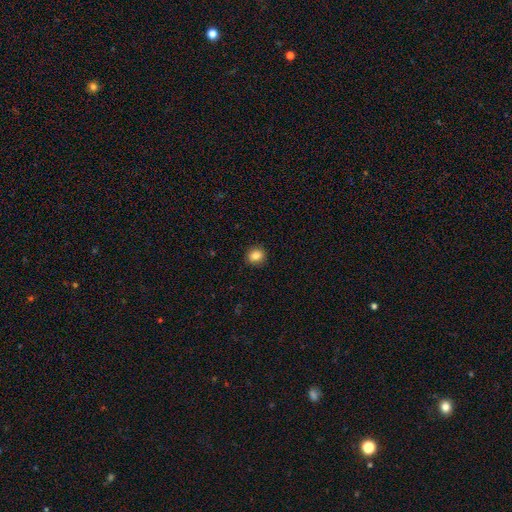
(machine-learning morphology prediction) Smooth or featured? Predicted: smooth (p=0.85). How rounded? Predicted: round (p=0.77). Merging? Predicted: none (p=0.91).